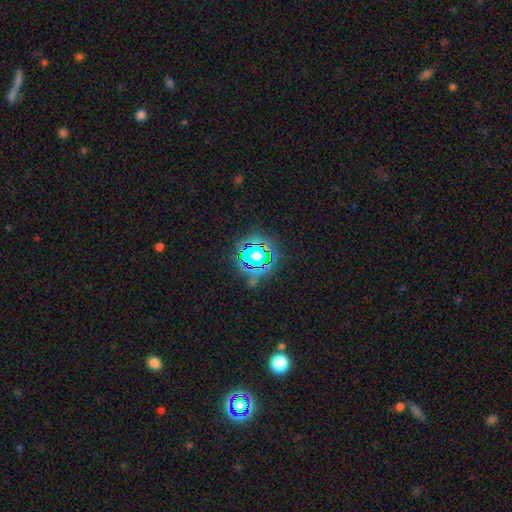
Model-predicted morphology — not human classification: smooth-or-featured: star or artifact: 59% | smooth: 26% | featured or disk: 14%